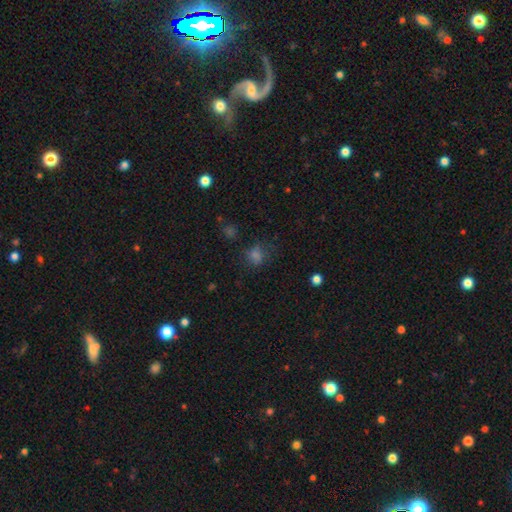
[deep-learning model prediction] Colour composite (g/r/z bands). It shows a smooth galaxy with no disk features (65%) that is round (61%). Merging: none (64%).